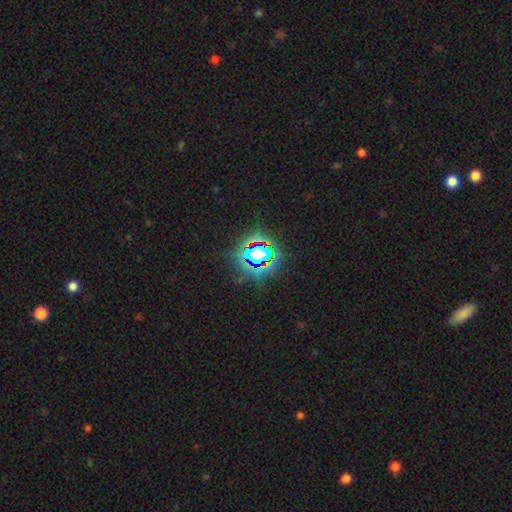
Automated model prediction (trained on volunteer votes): Smooth or featured?
  - star or artifact: 68% *
  - smooth: 19%
  - featured or disk: 13%